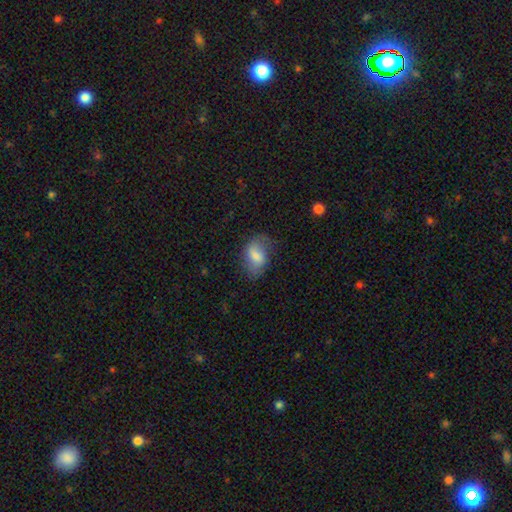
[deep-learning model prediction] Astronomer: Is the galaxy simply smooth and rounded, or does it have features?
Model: smooth — 65%.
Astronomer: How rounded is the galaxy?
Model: in between — 86%.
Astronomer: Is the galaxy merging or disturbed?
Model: none — 59%.